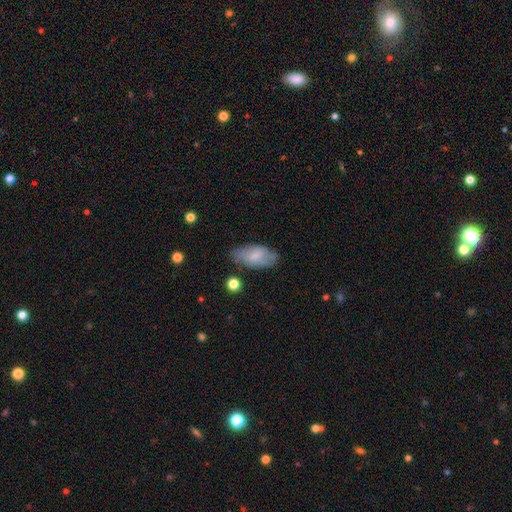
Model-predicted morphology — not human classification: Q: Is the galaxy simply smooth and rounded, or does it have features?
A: smooth — 72%.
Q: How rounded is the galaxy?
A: in between — 92%.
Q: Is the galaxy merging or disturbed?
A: none — 70%.